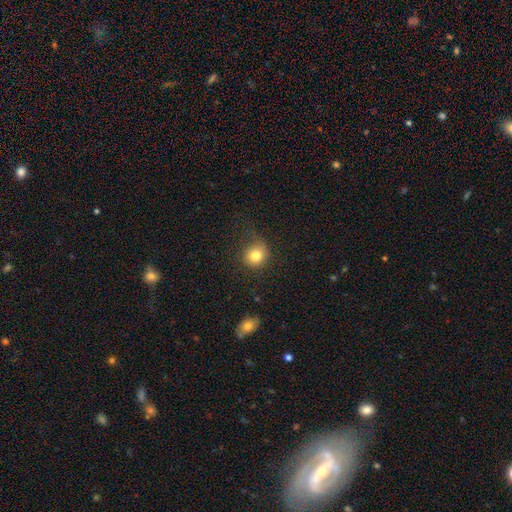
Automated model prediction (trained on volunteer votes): Smooth or featured? Predicted: smooth (p=0.80). How rounded? Predicted: round (p=0.85). Merging? Predicted: none (p=0.65).